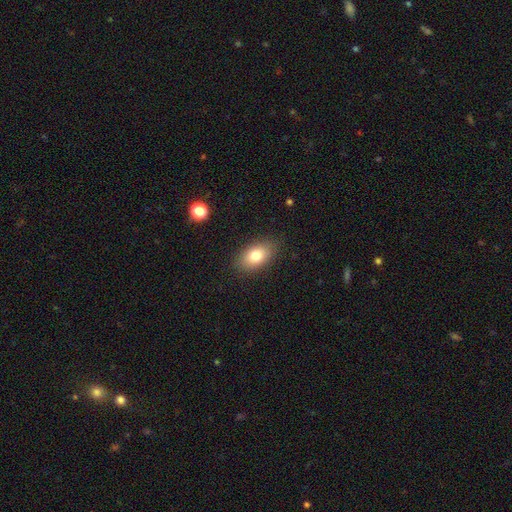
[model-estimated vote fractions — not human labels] The model was most divided on "smooth or featured": smooth: 78%, featured or disk: 13%, star or artifact: 9%. More confident: how rounded — in between (89%); merging — none (85%).